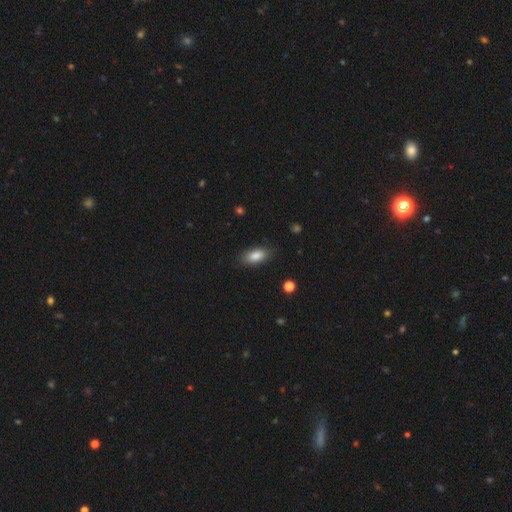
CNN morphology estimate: Overall: smooth (85%). How rounded: in between (87%). Merging: none (85%).